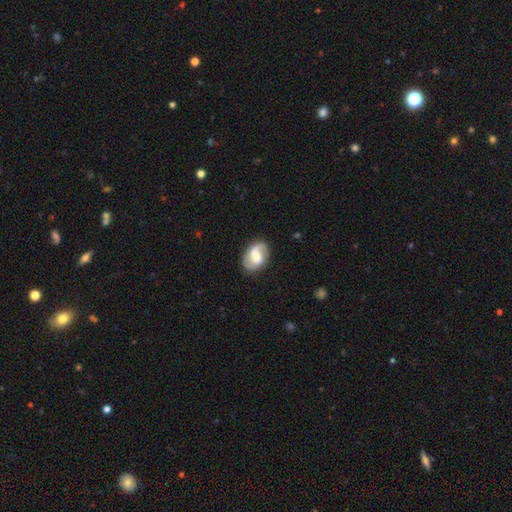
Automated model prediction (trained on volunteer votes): Q: Smooth or featured?
A: featured or disk (70%); runner-up: smooth (24%)
Q: Edge-on disk?
A: no (97%); runner-up: yes (3%)
Q: Bar?
A: weak (50%); runner-up: no (30%)
Q: Spiral arms?
A: yes (91%); runner-up: no (9%)
Q: Spiral winding?
A: medium (44%); runner-up: loose (38%)
Q: Spiral arm count?
A: 2 (83%); runner-up: 1 (9%)
Q: Bulge size?
A: moderate (41%); runner-up: large (25%)
Q: Merging?
A: none (79%); runner-up: minor disturbance (14%)